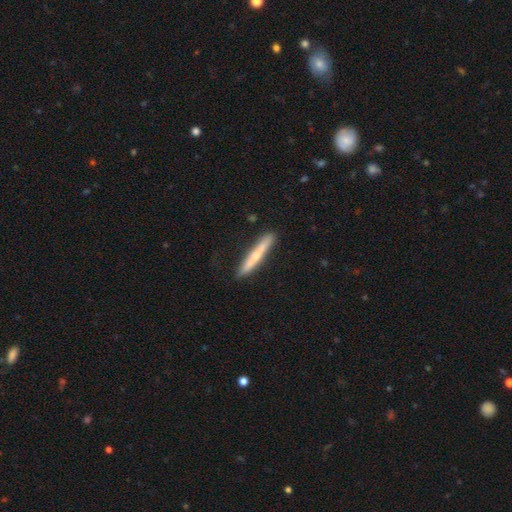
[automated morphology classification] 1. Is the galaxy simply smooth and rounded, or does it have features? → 47% featured or disk (tied), 47% smooth (tied), 6% star or artifact.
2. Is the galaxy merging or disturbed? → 88% none, 9% minor disturbance, 2% major disturbance, 1% merger.